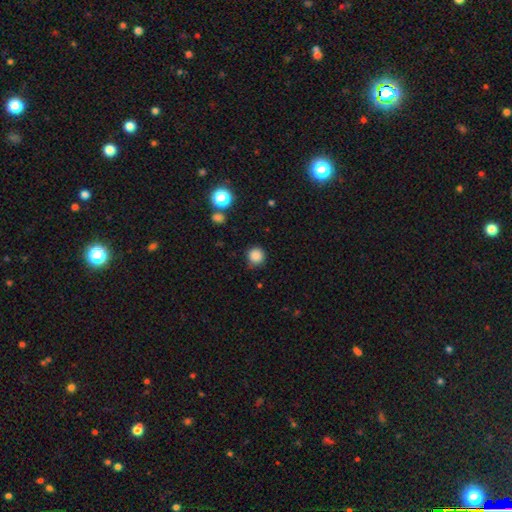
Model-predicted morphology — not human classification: This appears to be a smooth galaxy with no disk features (85%) that is round (94%). Merging: none (83%).